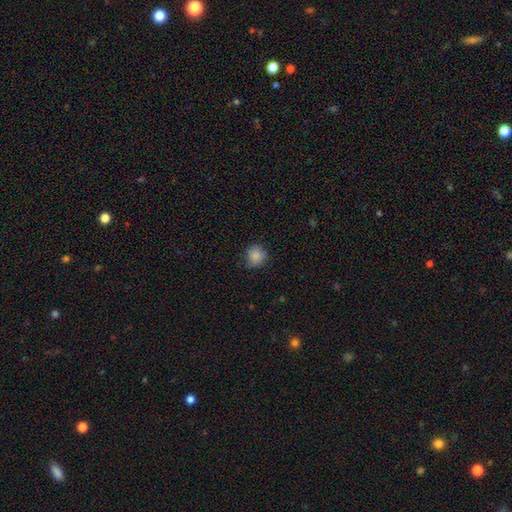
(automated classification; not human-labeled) The model was most divided on "merging": none: 76%, minor disturbance: 20%, major disturbance: 4%, merger: 1%. More confident: how rounded — round (87%); smooth or featured — smooth (86%).